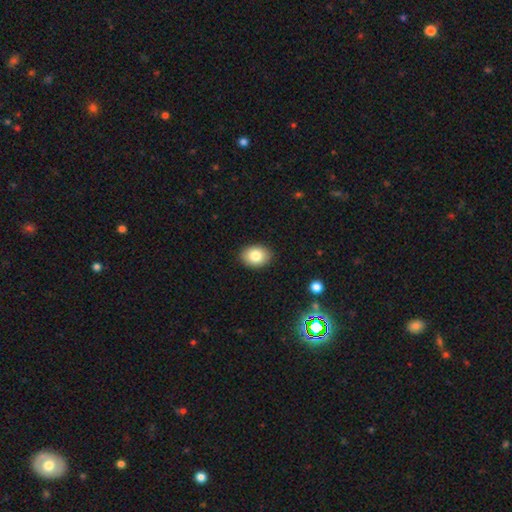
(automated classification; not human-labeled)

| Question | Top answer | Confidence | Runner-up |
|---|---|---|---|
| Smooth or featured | smooth | 84% | star or artifact (8%) |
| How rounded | in between | 67% | round (32%) |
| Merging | none | 90% | minor disturbance (8%) |